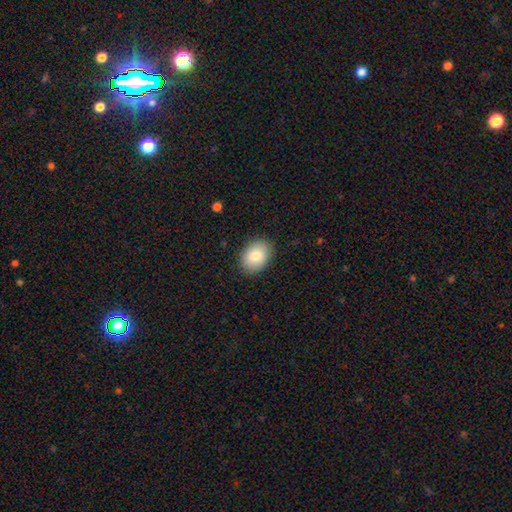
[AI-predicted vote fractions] Smooth or featured? Predicted: smooth (p=0.82). How rounded? Predicted: in between (p=0.70). Merging? Predicted: none (p=0.87).